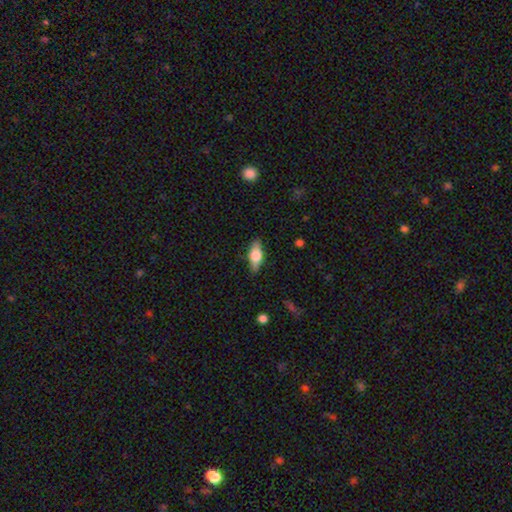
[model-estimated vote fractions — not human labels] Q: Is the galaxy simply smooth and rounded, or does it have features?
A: smooth — 59%.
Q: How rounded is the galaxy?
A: in between — 75%.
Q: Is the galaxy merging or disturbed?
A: none — 84%.